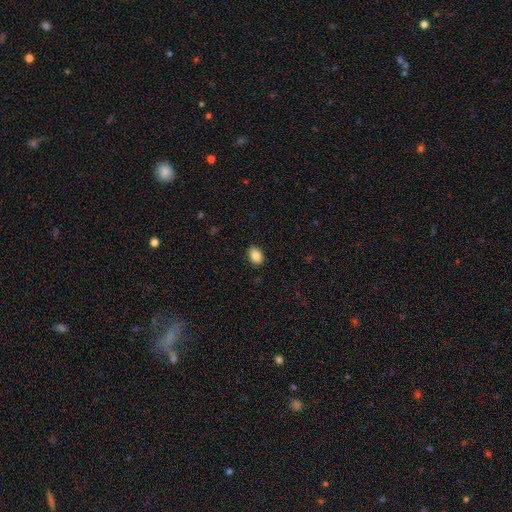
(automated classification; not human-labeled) Smooth or featured? smooth (87%)
How rounded? in between (77%)
Merging? none (87%)